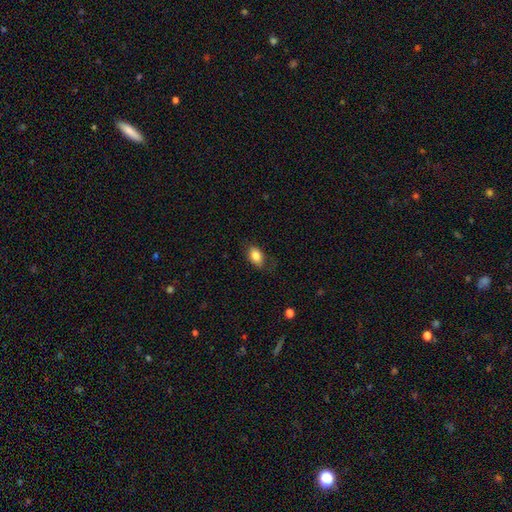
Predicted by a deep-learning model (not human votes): Overall: smooth (83%). How rounded: in between (84%). Merging: none (73%).